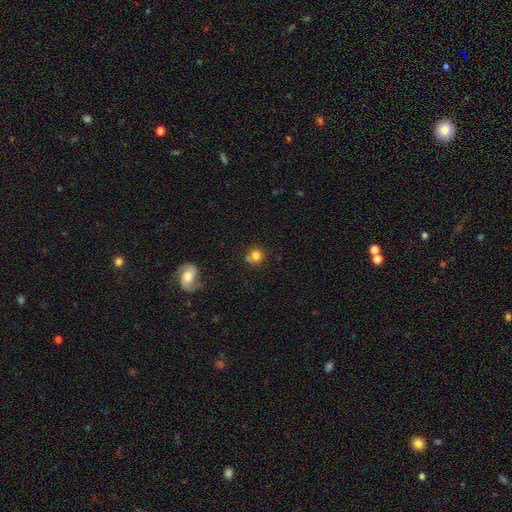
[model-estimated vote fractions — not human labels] Overall: smooth (79%). How rounded: round (86%). Merging: none (64%).